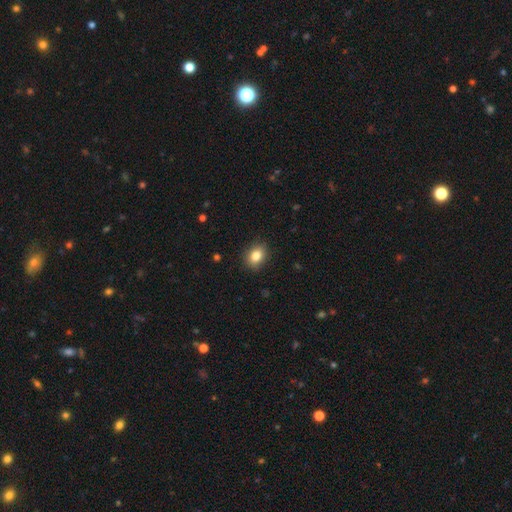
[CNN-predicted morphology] Q: Smooth or featured?
A: smooth (83%); runner-up: star or artifact (10%)
Q: How rounded?
A: in between (61%); runner-up: round (38%)
Q: Merging?
A: none (88%); runner-up: minor disturbance (9%)